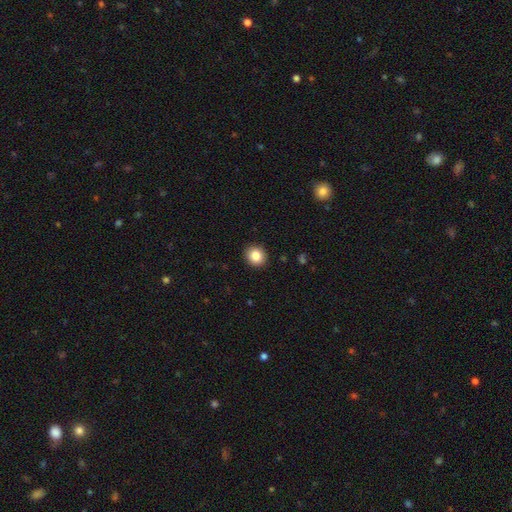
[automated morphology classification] The model was most divided on "how rounded": round: 81%, in between: 18%, cigar-shaped: 1%. More confident: merging — none (91%); smooth or featured — smooth (85%).